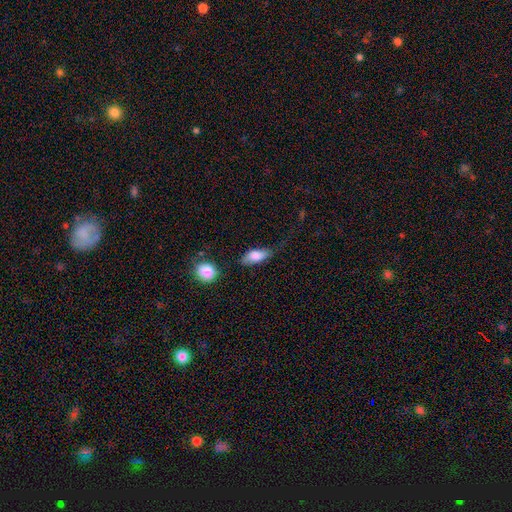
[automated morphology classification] This appears to be a smooth galaxy with no disk features (77%) that is in between round and cigar-shaped (81%). Merging: none (57%).